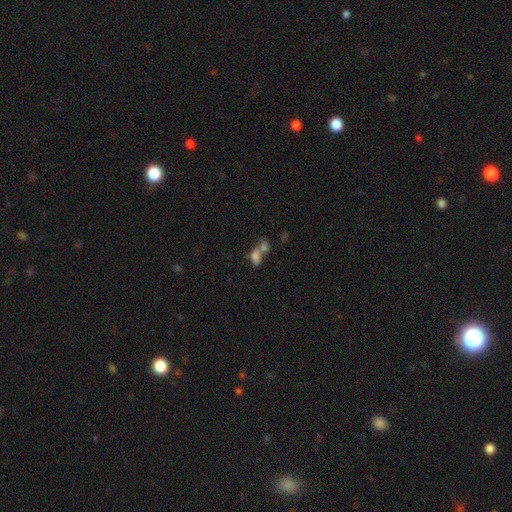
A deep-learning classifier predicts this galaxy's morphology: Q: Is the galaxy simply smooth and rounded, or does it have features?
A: smooth — 52%.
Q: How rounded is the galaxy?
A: in between — 62%.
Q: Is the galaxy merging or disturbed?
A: merger — 53%.